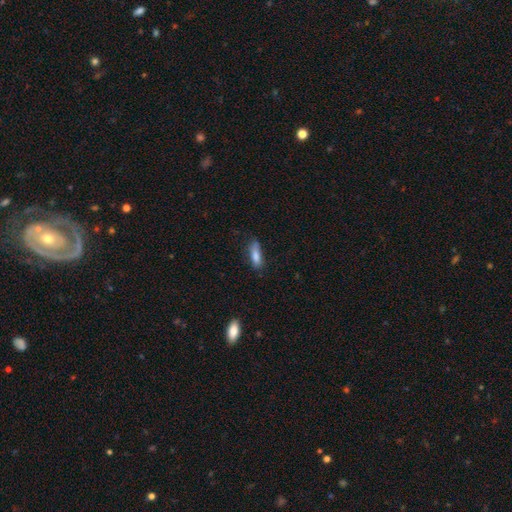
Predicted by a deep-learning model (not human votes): Morphology: type=smooth (81%); roundness=in between (60%); merging=none (66%).